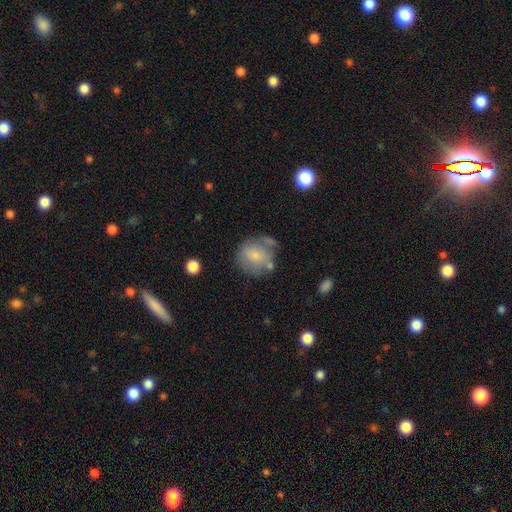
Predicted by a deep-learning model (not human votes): A smooth galaxy with no disk features (73%) that is round (79%).

Vote fractions:
- Smooth or featured? smooth: 73% / featured or disk: 19% / star or artifact: 8%
- How rounded? round: 79% / in between: 20% / cigar-shaped: 1%
- Merging? none: 52% / minor disturbance: 23% / merger: 14% / major disturbance: 11%